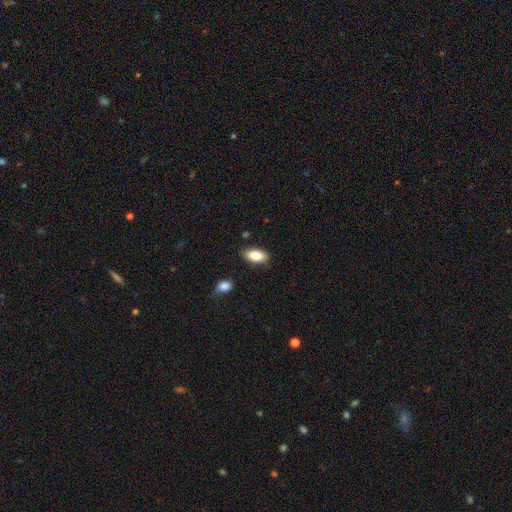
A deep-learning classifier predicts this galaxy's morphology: Smooth or featured? smooth (83%)
How rounded? in between (91%)
Merging? none (84%)